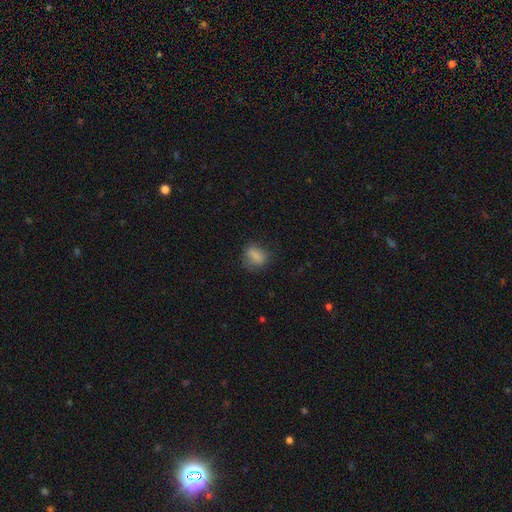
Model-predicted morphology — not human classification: type=smooth (78%); roundness=in between (58%); merging=none (70%).